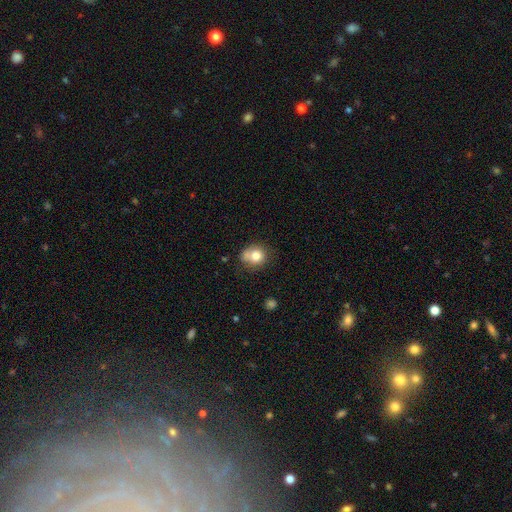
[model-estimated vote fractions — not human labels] smooth 77%, featured or disk 13%, star or artifact 10%. Down the decision tree: how rounded — round (73%); merging — none (55%).